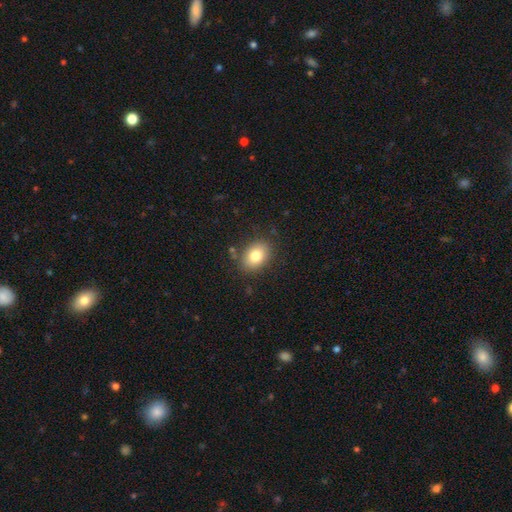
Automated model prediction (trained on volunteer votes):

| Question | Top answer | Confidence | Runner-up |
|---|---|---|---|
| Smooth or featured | smooth | 80% | featured or disk (11%) |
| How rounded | in between | 70% | round (29%) |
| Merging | none | 84% | minor disturbance (11%) |